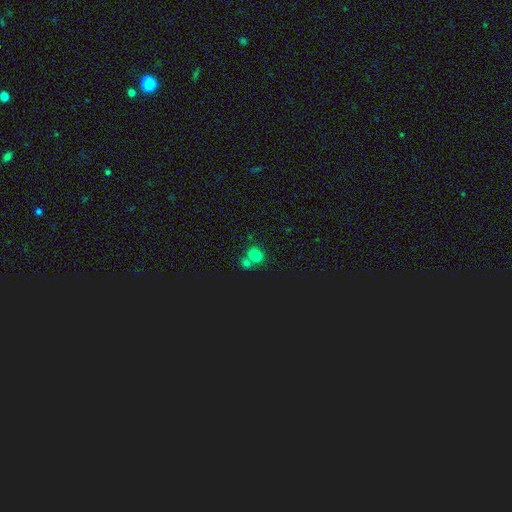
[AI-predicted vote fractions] A smooth galaxy with no disk features (69%) that is round (74%). Merging: merger (48%).